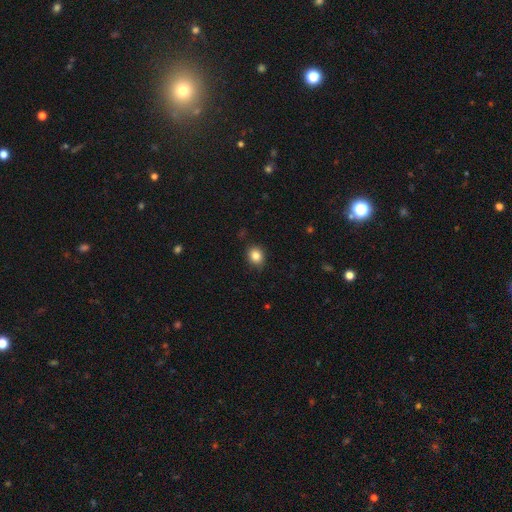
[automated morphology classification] The model was most divided on "how rounded": round: 62%, in between: 37%, cigar-shaped: 1%. More confident: merging — none (86%); smooth or featured — smooth (85%).